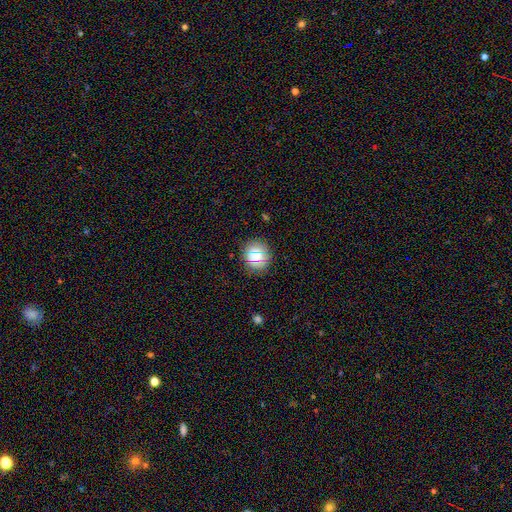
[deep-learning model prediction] Smooth or featured?
  - smooth: 72% *
  - star or artifact: 18%
  - featured or disk: 10%
How rounded?
  - round: 86% *
  - in between: 13%
  - cigar-shaped: 1%
Merging?
  - none: 87% *
  - minor disturbance: 9%
  - major disturbance: 3%
  - merger: 1%